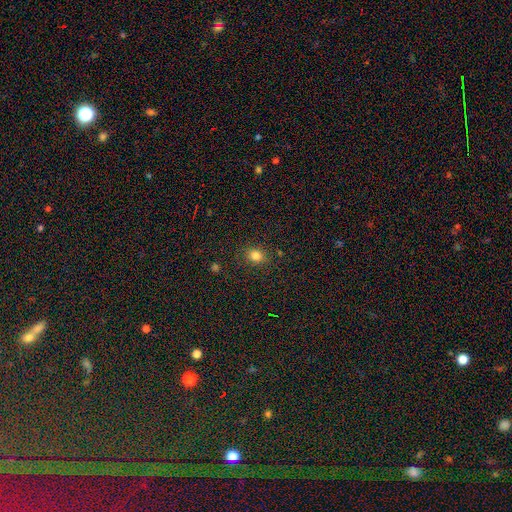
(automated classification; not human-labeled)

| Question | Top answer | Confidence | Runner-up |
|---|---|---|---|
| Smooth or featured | smooth | 81% | star or artifact (13%) |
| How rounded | round | 58% | in between (41%) |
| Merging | none | 84% | minor disturbance (11%) |